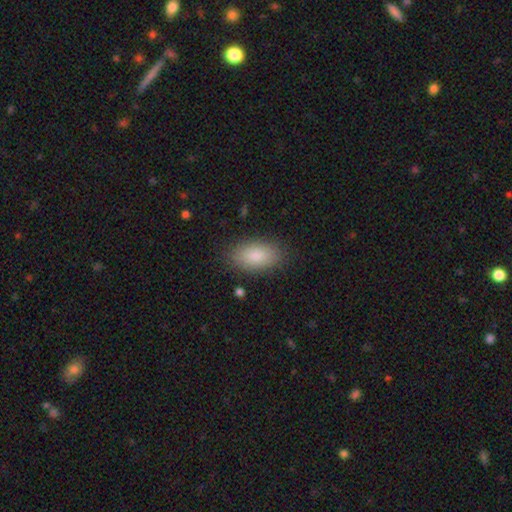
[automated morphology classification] A smooth galaxy with no disk features (86%) that is in between round and cigar-shaped (93%). Merging: none (85%).